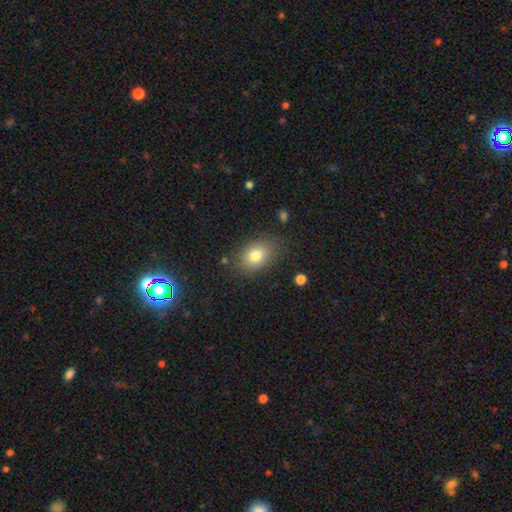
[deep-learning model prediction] This appears to be a smooth galaxy with no disk features (79%) that is in between round and cigar-shaped (75%). Merging: none (80%).